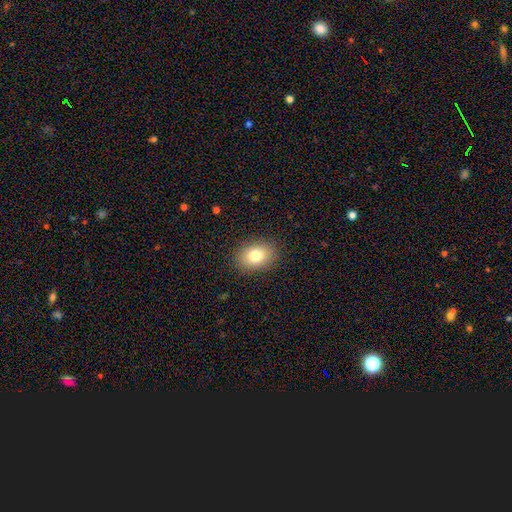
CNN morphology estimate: Smooth or featured?
  - smooth: 81% *
  - featured or disk: 10%
  - star or artifact: 9%
How rounded?
  - in between: 77% *
  - round: 22%
  - cigar-shaped: 1%
Merging?
  - none: 88% *
  - minor disturbance: 8%
  - major disturbance: 2%
  - merger: 1%